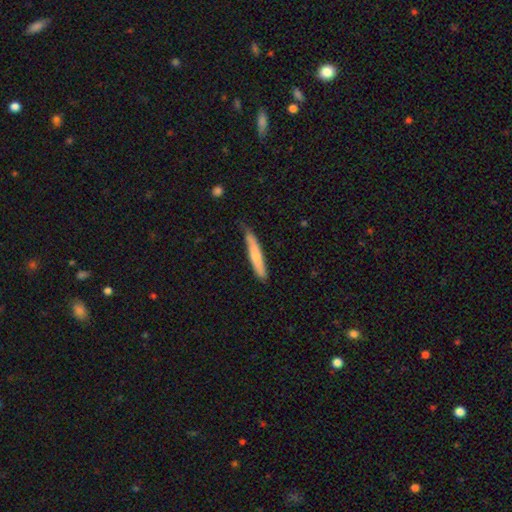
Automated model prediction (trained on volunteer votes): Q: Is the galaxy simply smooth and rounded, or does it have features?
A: smooth — 68%.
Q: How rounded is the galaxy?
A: cigar-shaped — 92%.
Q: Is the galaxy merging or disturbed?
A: none — 63%.